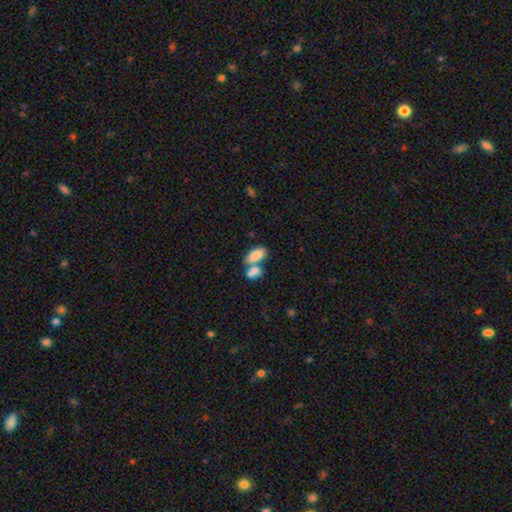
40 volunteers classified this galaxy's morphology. A smooth galaxy with no disk features (82%) that is in between round and cigar-shaped (91%). Merging: none (50%).